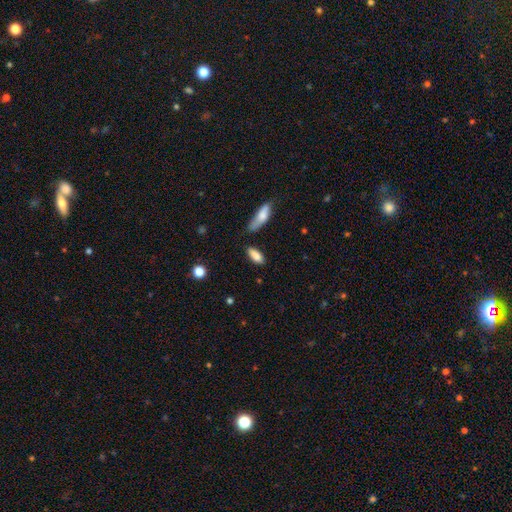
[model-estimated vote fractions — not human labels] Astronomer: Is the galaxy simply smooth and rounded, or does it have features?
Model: smooth — 85%.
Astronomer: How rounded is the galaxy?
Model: in between — 71%.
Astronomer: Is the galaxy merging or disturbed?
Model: none — 74%.